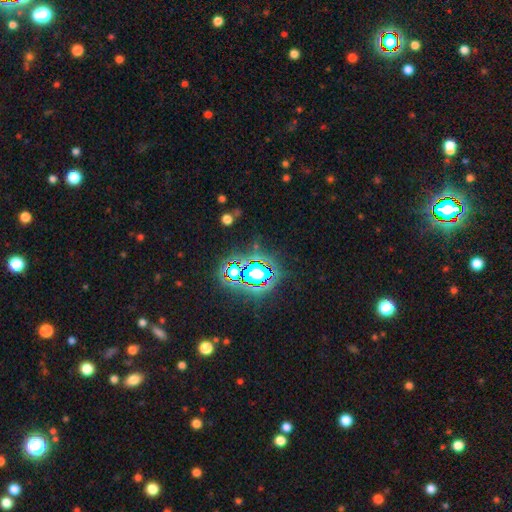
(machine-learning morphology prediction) smooth-or-featured: star or artifact: 78% | smooth: 13% | featured or disk: 10%